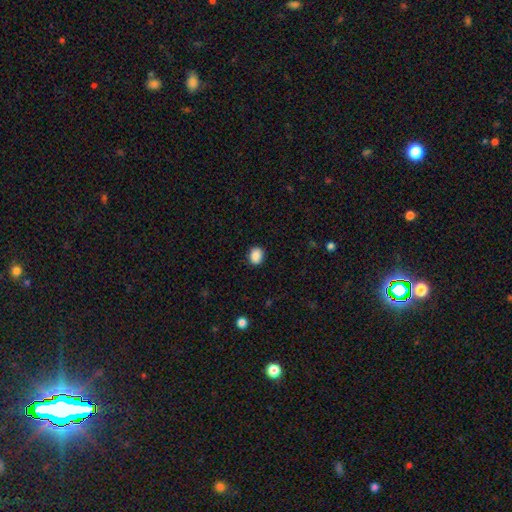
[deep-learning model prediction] smooth-or-featured: smooth: 89% | star or artifact: 9% | featured or disk: 3%
  how-rounded: in between: 51% | round: 48% | cigar-shaped: 1%
  merging: none: 88% | minor disturbance: 9% | major disturbance: 2% | merger: 1%